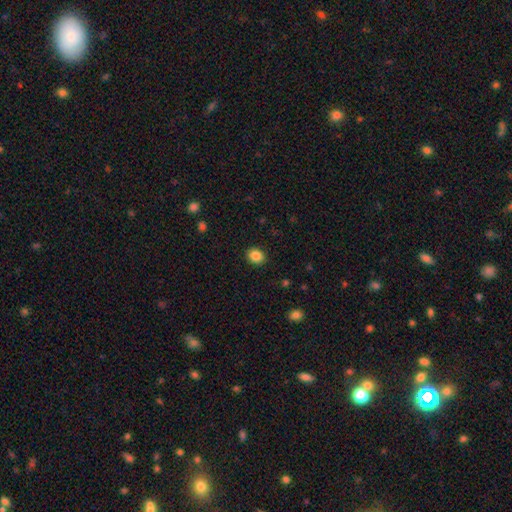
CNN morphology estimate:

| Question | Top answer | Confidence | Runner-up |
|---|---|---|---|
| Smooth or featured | smooth | 87% | star or artifact (10%) |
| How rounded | round | 64% | in between (35%) |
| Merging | none | 91% | minor disturbance (6%) |